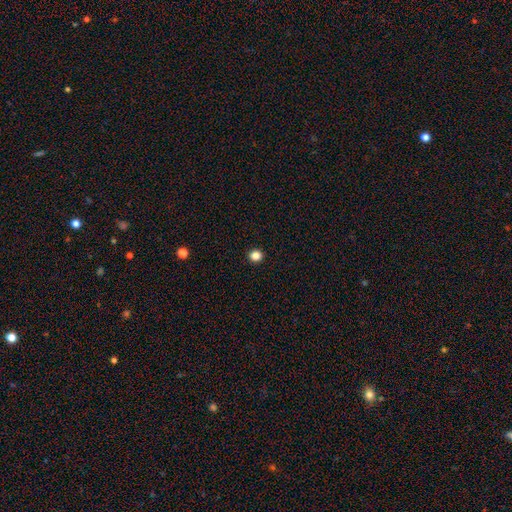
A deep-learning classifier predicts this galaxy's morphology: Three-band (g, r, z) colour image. It shows a smooth galaxy with no disk features (84%) that is round (86%). Merging: none (93%).